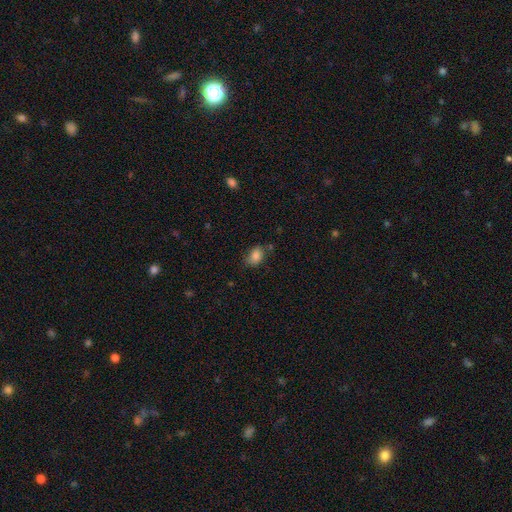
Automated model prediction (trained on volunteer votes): smooth-or-featured: smooth: 83% | star or artifact: 9% | featured or disk: 8%
  how-rounded: in between: 79% | round: 19% | cigar-shaped: 1%
  merging: none: 70% | minor disturbance: 21% | major disturbance: 5% | merger: 4%